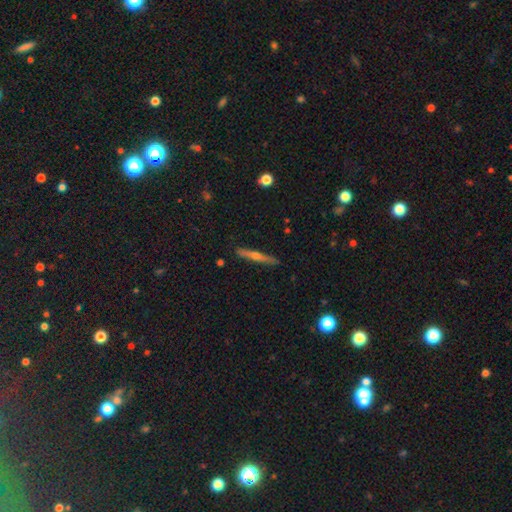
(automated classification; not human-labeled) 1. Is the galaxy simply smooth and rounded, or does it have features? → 63% featured or disk, 31% smooth, 7% star or artifact.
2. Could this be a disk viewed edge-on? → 96% yes, 4% no.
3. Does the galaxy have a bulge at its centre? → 83% rounded, 14% none, 3% boxy.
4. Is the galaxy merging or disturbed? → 89% none, 8% minor disturbance, 2% major disturbance, 1% merger.